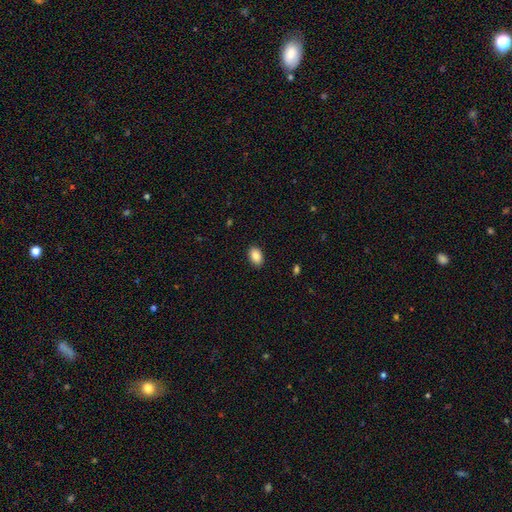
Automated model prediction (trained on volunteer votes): The model was most divided on "how rounded": in between: 89%, round: 10%, cigar-shaped: 1%. More confident: merging — none (90%); smooth or featured — smooth (88%).